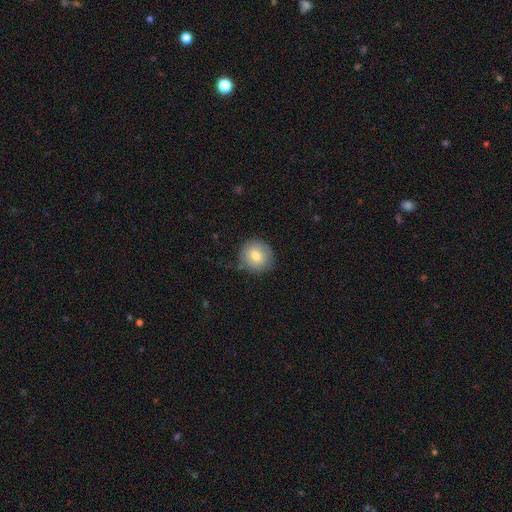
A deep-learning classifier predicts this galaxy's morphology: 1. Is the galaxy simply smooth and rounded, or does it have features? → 76% smooth, 15% featured or disk, 9% star or artifact.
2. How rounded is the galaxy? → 91% round, 8% in between, 1% cigar-shaped.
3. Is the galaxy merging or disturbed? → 82% none, 13% minor disturbance, 3% major disturbance, 1% merger.